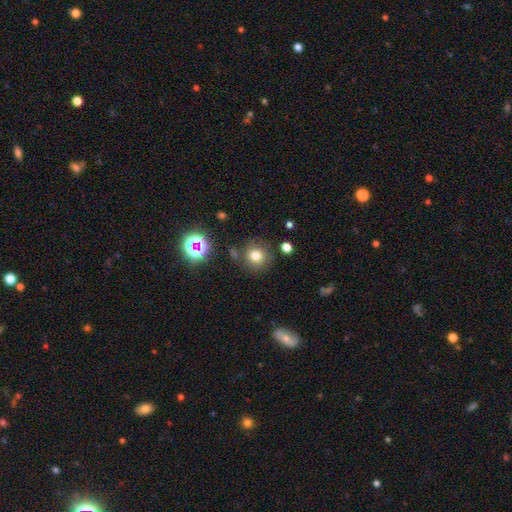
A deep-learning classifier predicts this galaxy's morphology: A smooth galaxy with no disk features (74%) that is round (90%). Merging: none (80%).